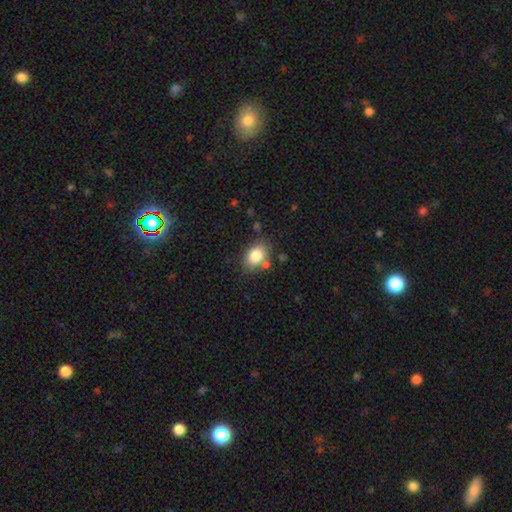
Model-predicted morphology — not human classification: smooth 82%, featured or disk 9%, star or artifact 9%. Down the decision tree: how rounded — in between (80%); merging — none (72%).